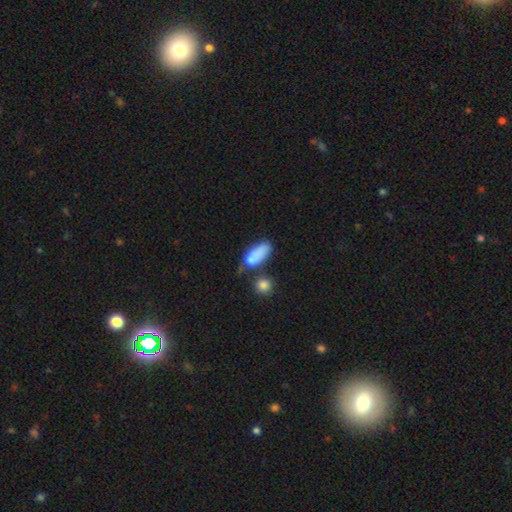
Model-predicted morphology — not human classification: smooth-or-featured: smooth: 79% | featured or disk: 12% | star or artifact: 8%
  how-rounded: in between: 78% | cigar-shaped: 17% | round: 5%
  merging: none: 36% | minor disturbance: 26% | merger: 23% | major disturbance: 15%